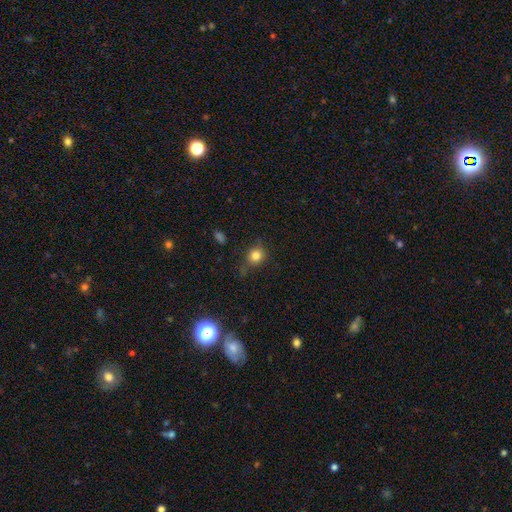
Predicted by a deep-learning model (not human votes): smooth_or_featured: smooth (p=0.80) [alt: star or artifact p=0.12]
how_rounded: round (p=0.76) [alt: in between p=0.22]
merging: none (p=0.71) [alt: minor disturbance p=0.20]